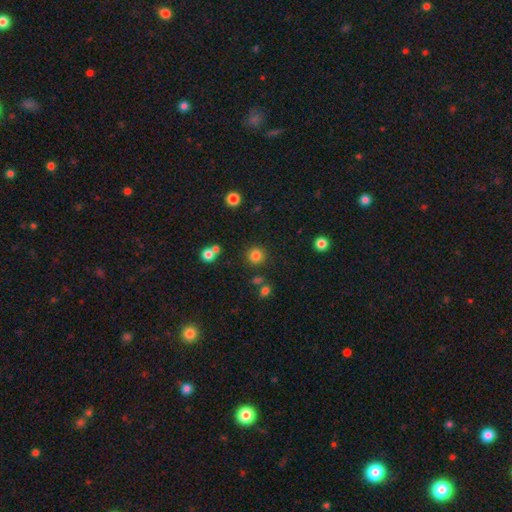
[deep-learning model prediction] Morphology: type=smooth (81%); roundness=round (93%); merging=none (85%).